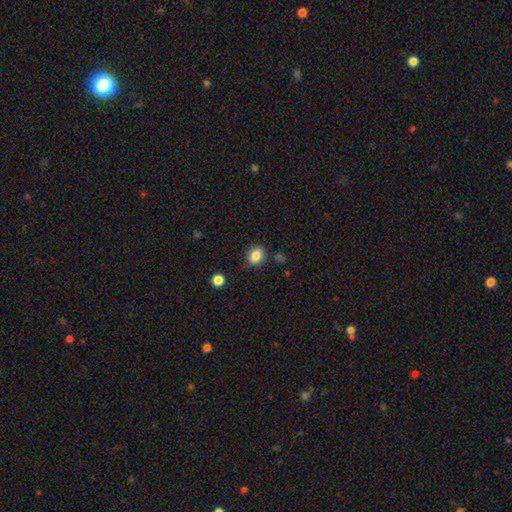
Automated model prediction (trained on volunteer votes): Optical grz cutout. It shows a smooth galaxy with no disk features (85%) that is round (54%). Merging: none (79%).